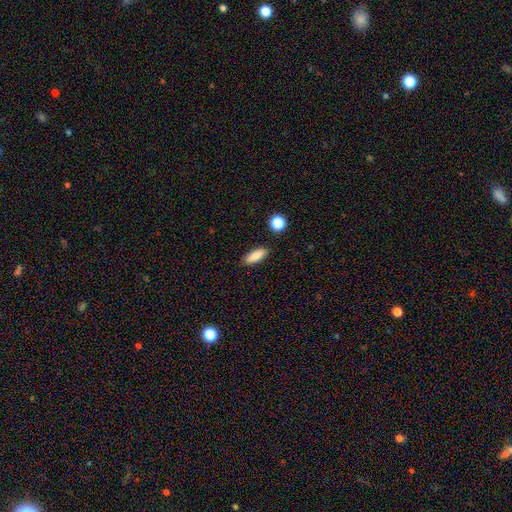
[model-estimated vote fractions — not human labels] Morphology: type=smooth (86%); roundness=in between (65%); merging=none (87%).